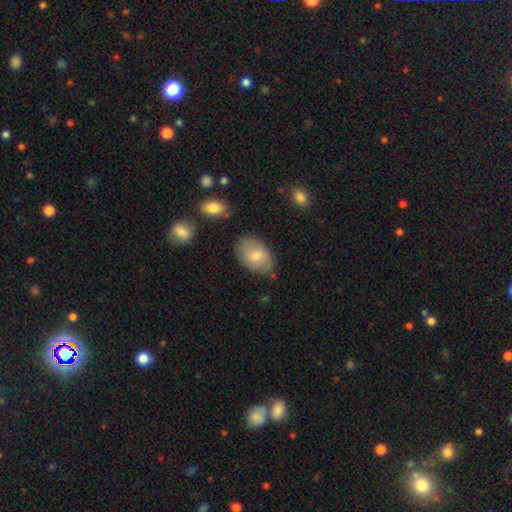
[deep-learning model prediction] Smooth or featured?
  - smooth: 64% *
  - featured or disk: 29%
  - star or artifact: 7%
How rounded?
  - in between: 87% *
  - round: 12%
  - cigar-shaped: 1%
Merging?
  - none: 75% *
  - minor disturbance: 19%
  - major disturbance: 4%
  - merger: 2%